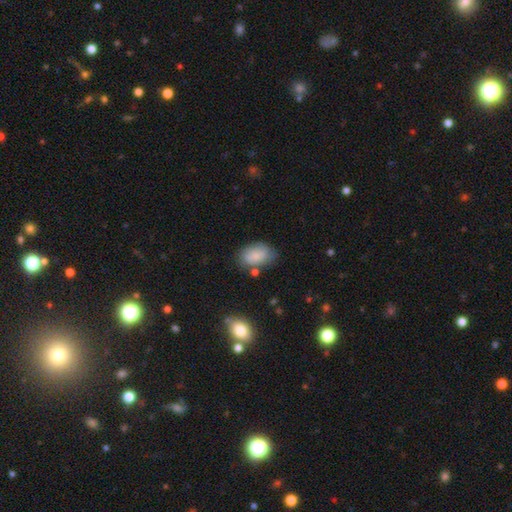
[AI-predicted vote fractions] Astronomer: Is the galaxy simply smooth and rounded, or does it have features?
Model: smooth — 71%.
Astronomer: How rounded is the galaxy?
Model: in between — 86%.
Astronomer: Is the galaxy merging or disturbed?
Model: none — 66%.